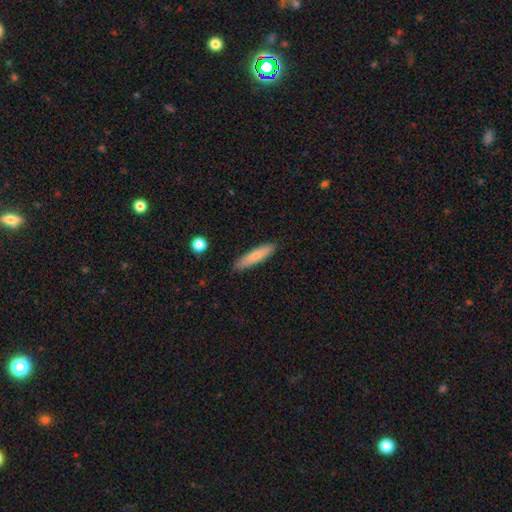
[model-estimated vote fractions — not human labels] Morphology: type=smooth (73%); roundness=cigar-shaped (83%); merging=none (88%).